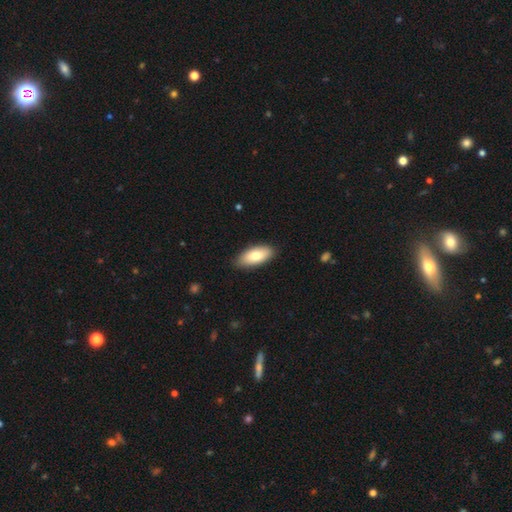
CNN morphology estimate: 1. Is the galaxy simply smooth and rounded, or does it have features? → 79% smooth, 15% featured or disk, 6% star or artifact.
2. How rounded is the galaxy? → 87% in between, 10% cigar-shaped, 2% round.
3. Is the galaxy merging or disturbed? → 86% none, 11% minor disturbance, 2% major disturbance, 1% merger.